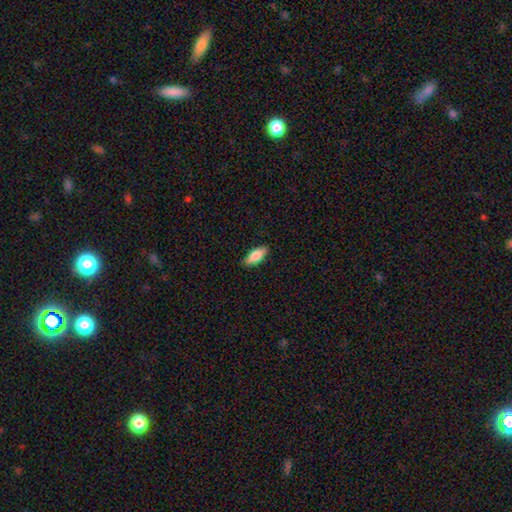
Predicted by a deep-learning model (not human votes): This is clearly a smooth galaxy (82%). How rounded: likely in between (77%). Merging: clearly none (87%).